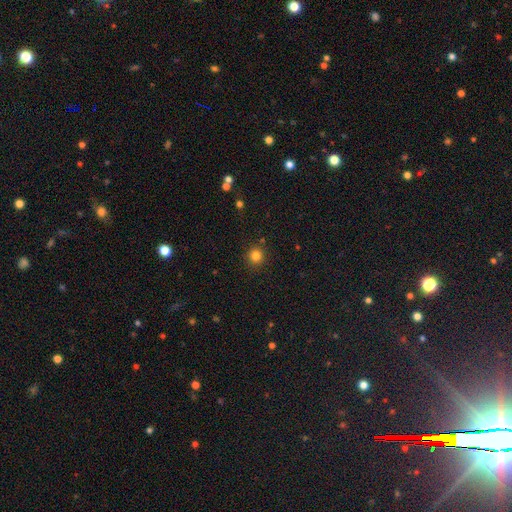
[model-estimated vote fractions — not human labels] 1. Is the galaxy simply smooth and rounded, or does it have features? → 82% smooth, 13% star or artifact, 5% featured or disk.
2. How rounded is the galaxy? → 94% round, 5% in between, 1% cigar-shaped.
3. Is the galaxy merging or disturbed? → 90% none, 6% minor disturbance, 2% major disturbance, 2% merger.